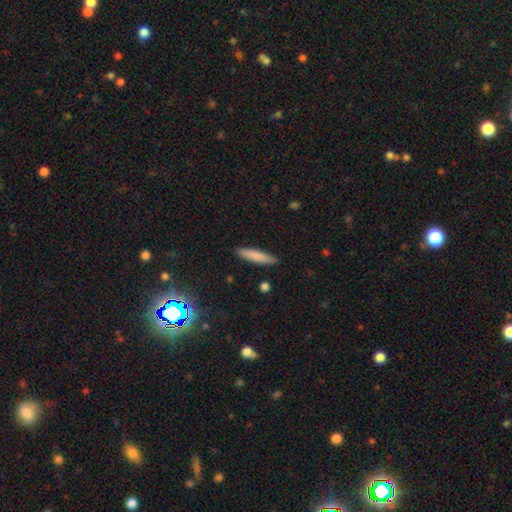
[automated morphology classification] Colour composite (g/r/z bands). It shows a smooth galaxy with no disk features (80%) that is cigar-shaped (86%). Merging: none (89%).